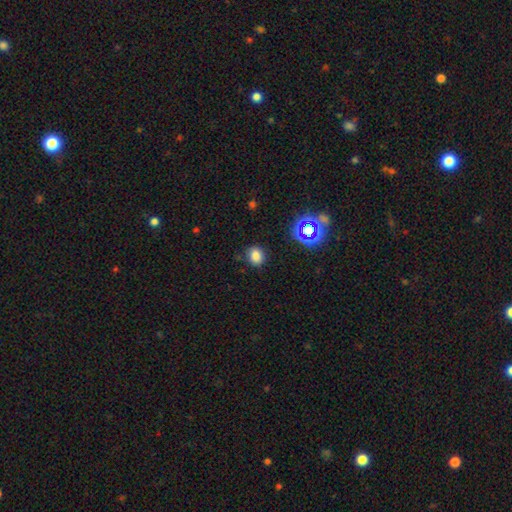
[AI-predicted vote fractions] Smooth or featured?
  - smooth: 78% *
  - star or artifact: 17%
  - featured or disk: 6%
How rounded?
  - round: 57% *
  - in between: 42%
  - cigar-shaped: 1%
Merging?
  - none: 83% *
  - minor disturbance: 11%
  - major disturbance: 3%
  - merger: 2%